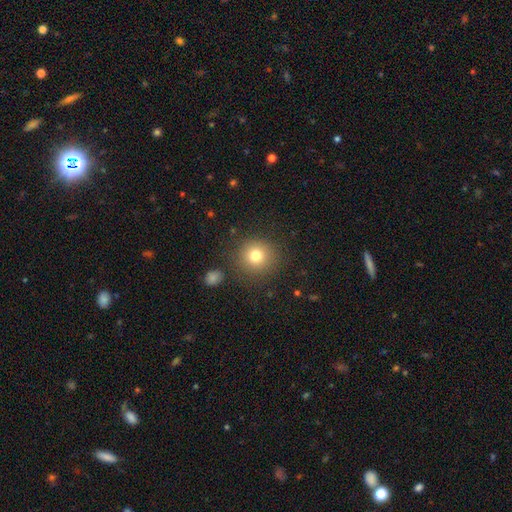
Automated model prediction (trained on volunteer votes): Q: Smooth or featured?
A: smooth (78%); runner-up: star or artifact (13%)
Q: How rounded?
A: round (92%); runner-up: in between (7%)
Q: Merging?
A: none (85%); runner-up: minor disturbance (8%)